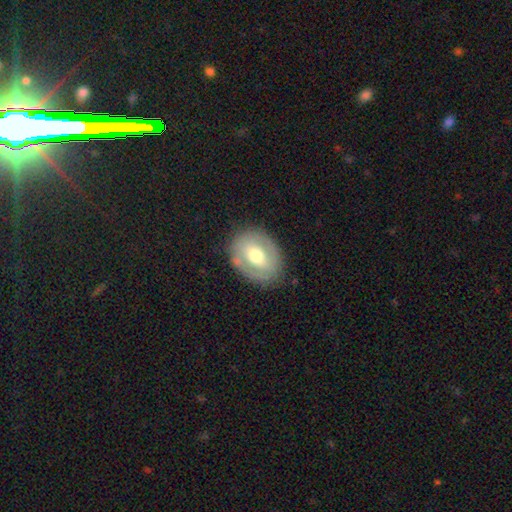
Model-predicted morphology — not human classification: This appears to be a featured or disk galaxy (48%). Merging: none (78%).